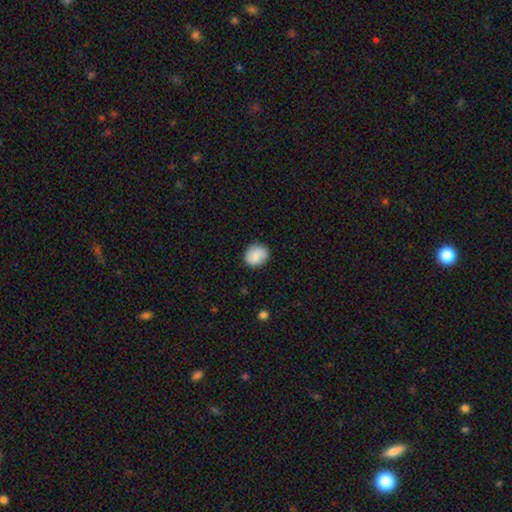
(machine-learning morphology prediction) A smooth galaxy with no disk features (83%) that is round (73%). Merging: none (84%).